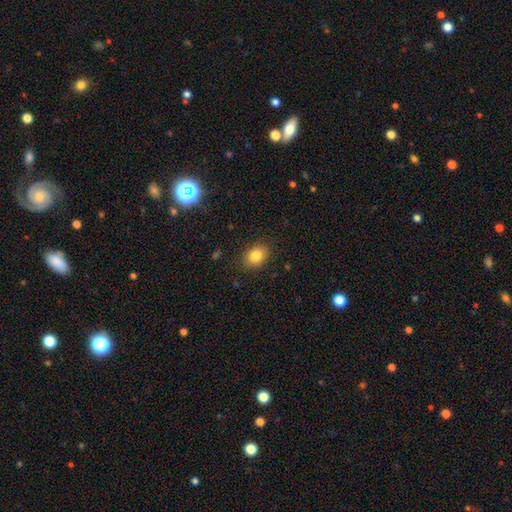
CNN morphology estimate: Smooth or featured? smooth (82%)
How rounded? in between (70%)
Merging? none (85%)